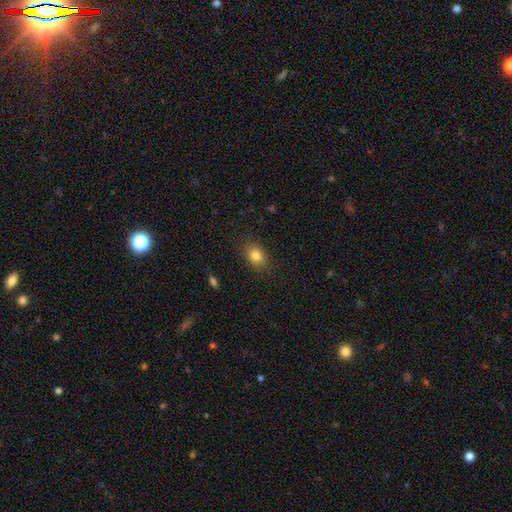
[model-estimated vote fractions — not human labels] This is clearly a smooth galaxy (82%). How rounded: likely in between (68%). Merging: clearly none (85%).